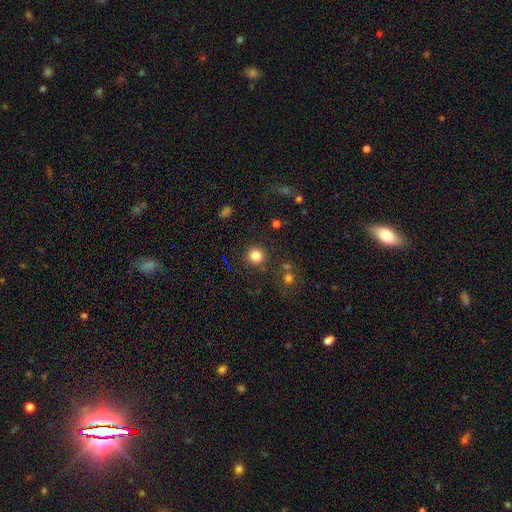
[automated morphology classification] The model was most divided on "smooth or featured": smooth: 83%, star or artifact: 12%, featured or disk: 5%. More confident: how rounded — round (93%); merging — none (88%).